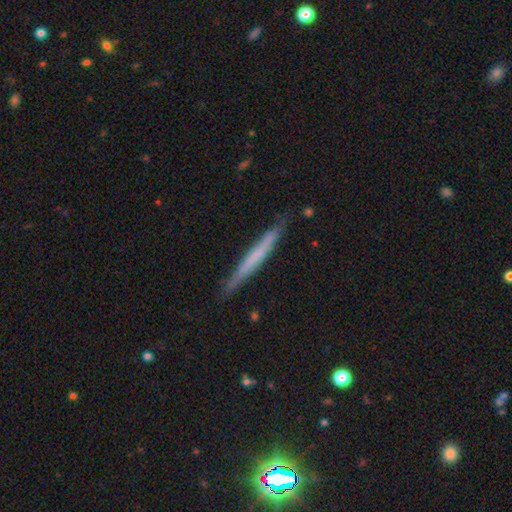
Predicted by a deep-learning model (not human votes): Smooth or featured: smooth — 50% (featured or disk — 45%)
Merging: none — 87% (minor disturbance — 10%)